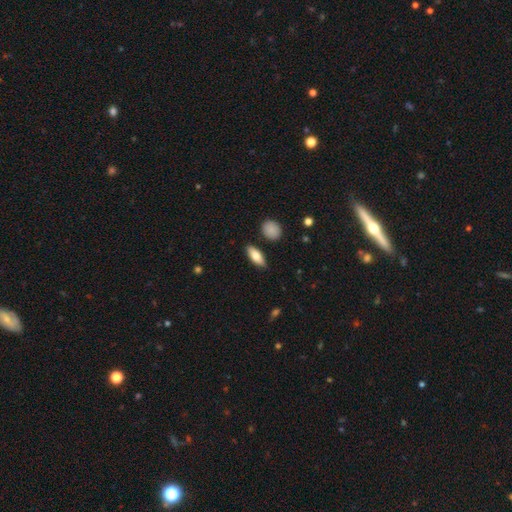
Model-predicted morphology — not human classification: Smooth or featured? Predicted: smooth (p=0.74). How rounded? Predicted: in between (p=0.71). Merging? Predicted: none (p=0.85).